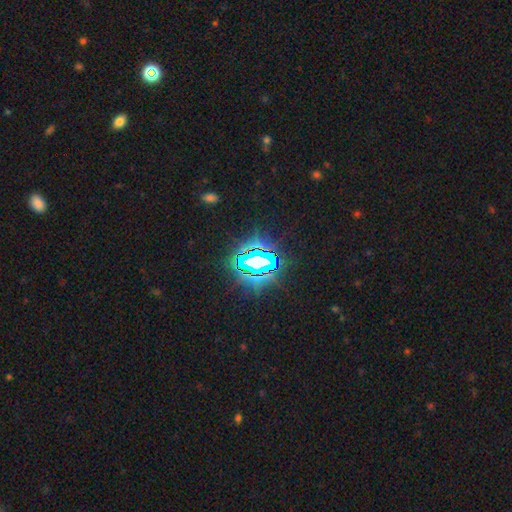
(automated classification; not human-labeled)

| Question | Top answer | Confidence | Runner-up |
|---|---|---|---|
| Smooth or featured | star or artifact | 81% | smooth (12%) |